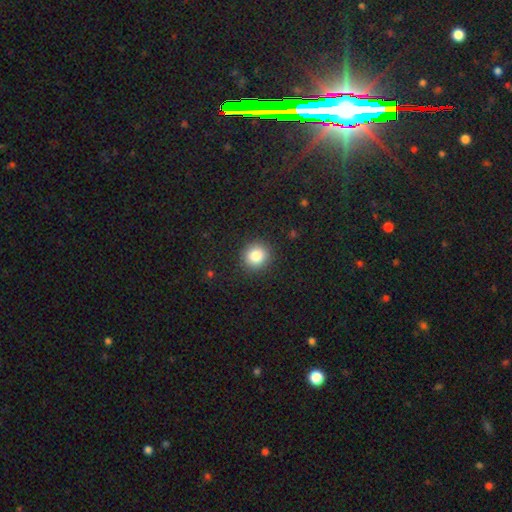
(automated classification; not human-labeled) This is clearly a smooth galaxy (85%). How rounded: clearly round (89%). Merging: clearly none (90%).